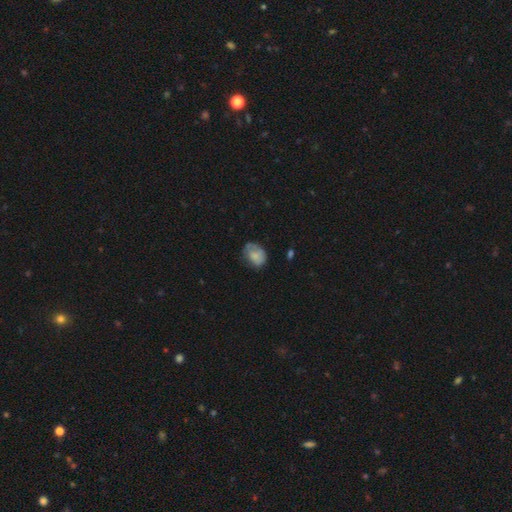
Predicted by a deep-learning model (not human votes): smooth_or_featured: smooth (p=0.67) [alt: featured or disk p=0.24]
how_rounded: in between (p=0.62) [alt: round p=0.37]
merging: none (p=0.52) [alt: minor disturbance p=0.32]